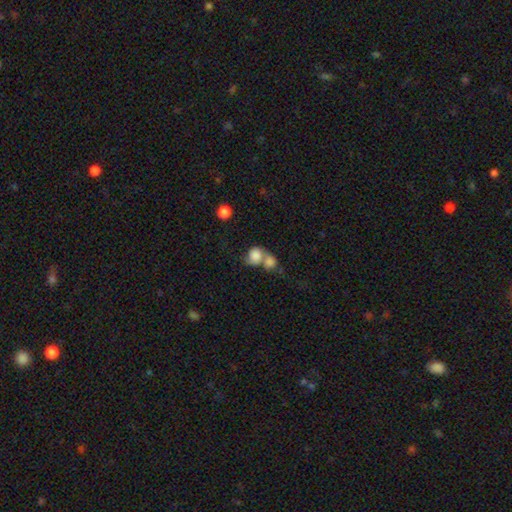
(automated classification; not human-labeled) Smooth or featured? smooth (79%)
How rounded? round (65%)
Merging? merger (68%)